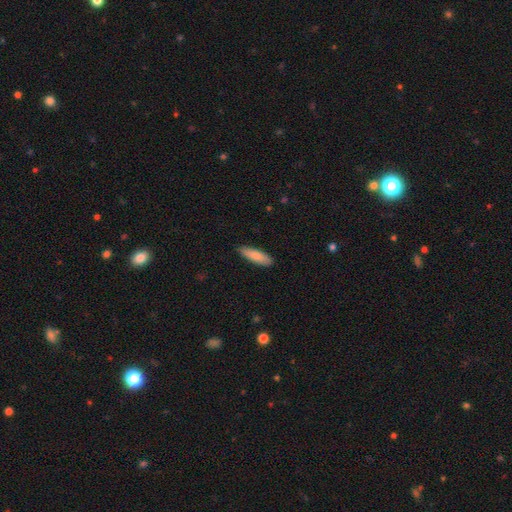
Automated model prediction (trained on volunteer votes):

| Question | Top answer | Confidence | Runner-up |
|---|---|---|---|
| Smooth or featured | smooth | 84% | featured or disk (11%) |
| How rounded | cigar-shaped | 57% | in between (42%) |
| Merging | none | 88% | minor disturbance (9%) |